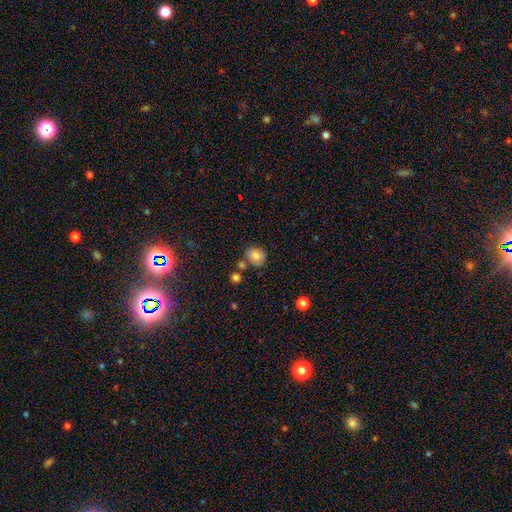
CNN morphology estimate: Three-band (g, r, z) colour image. It shows a smooth galaxy with no disk features (81%) that is round (64%). Merging: none (67%).